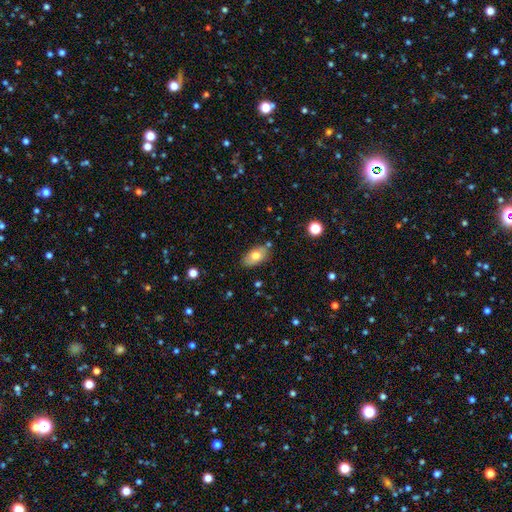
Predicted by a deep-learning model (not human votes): A smooth galaxy with no disk features (72%) that is in between round and cigar-shaped (92%). Merging: none (77%).